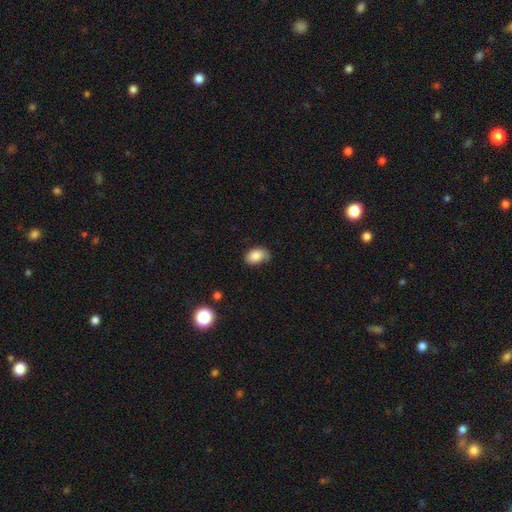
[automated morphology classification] smooth 84%, featured or disk 8%, star or artifact 8%. Down the decision tree: how rounded — in between (87%); merging — none (65%).